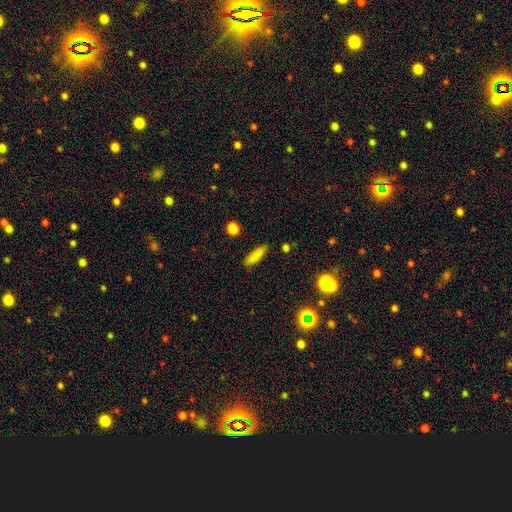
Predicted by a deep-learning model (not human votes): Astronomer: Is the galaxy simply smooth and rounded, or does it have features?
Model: smooth — 82%.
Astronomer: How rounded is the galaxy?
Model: cigar-shaped — 64%.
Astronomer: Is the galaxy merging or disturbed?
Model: none — 86%.